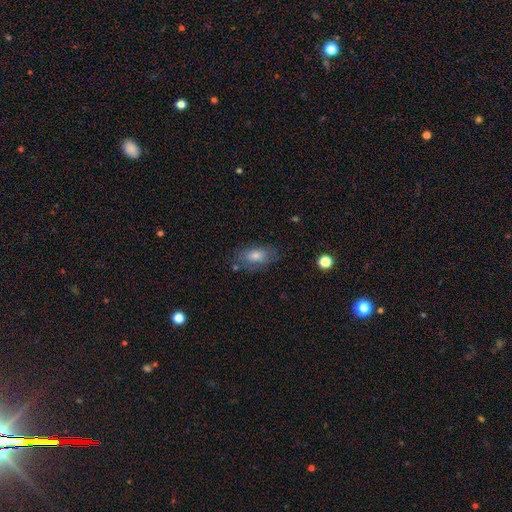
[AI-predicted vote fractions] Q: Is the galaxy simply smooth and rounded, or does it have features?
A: smooth — 67%.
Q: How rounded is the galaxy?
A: in between — 88%.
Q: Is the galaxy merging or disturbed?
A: none — 76%.